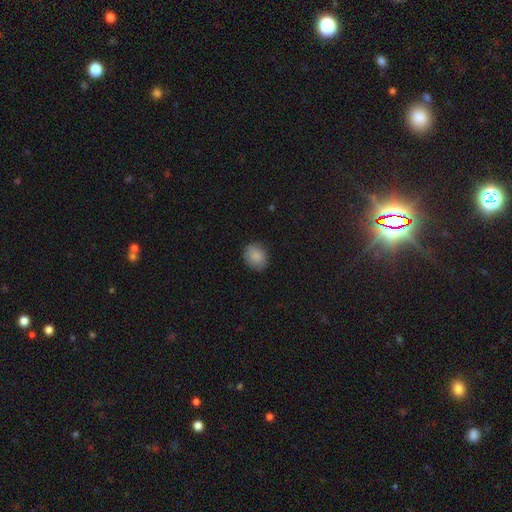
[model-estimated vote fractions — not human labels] Smooth or featured? Predicted: smooth (p=0.88). How rounded? Predicted: round (p=0.56). Merging? Predicted: none (p=0.85).